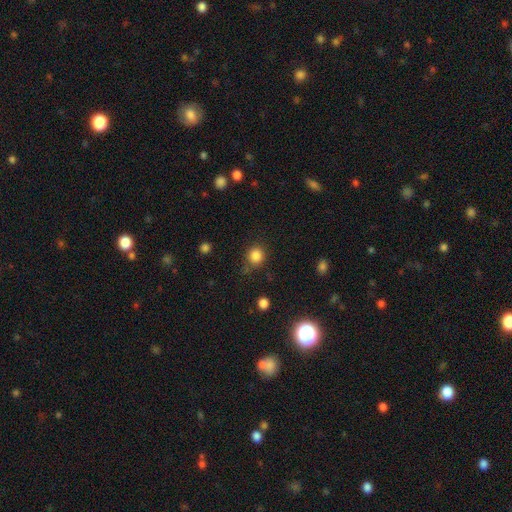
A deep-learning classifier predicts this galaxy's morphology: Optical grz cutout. It shows a smooth galaxy with no disk features (84%) that is round (88%). Merging: none (79%).